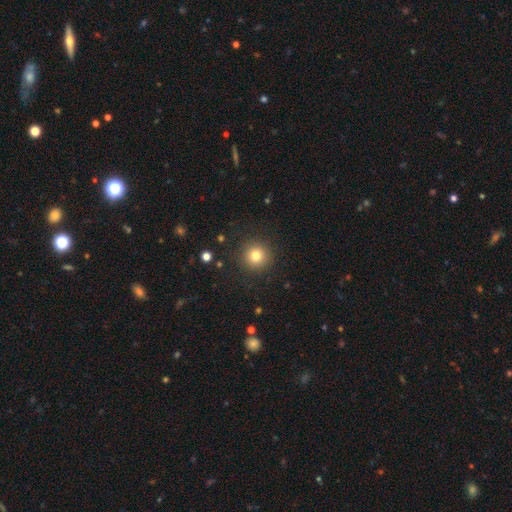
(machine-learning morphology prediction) Smooth or featured: smooth — 79% (star or artifact — 13%)
How rounded: round — 95% (in between — 4%)
Merging: none — 90% (minor disturbance — 6%)